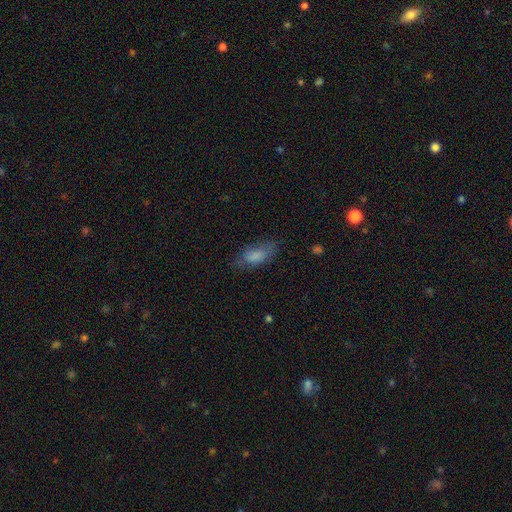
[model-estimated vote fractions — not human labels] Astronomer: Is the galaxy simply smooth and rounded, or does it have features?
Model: smooth — 77%.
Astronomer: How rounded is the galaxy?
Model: in between — 81%.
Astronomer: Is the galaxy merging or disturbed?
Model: none — 61%.